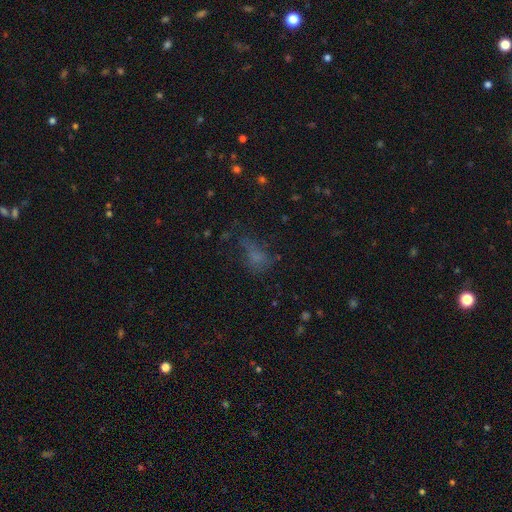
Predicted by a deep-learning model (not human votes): This is possibly a smooth galaxy (55%). How rounded: likely in between (74%). Merging: marginally none (38%).